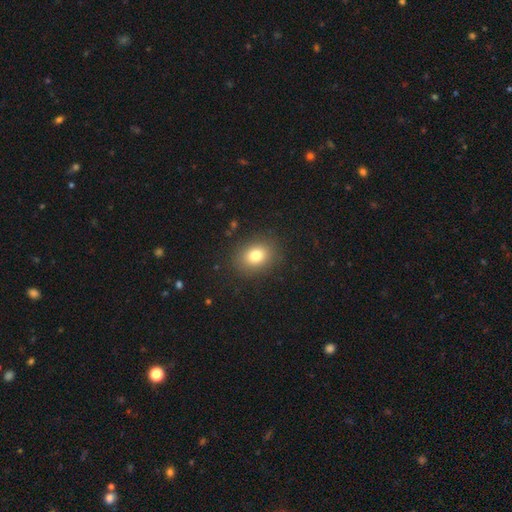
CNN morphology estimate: The model was most divided on "how rounded": round: 53%, in between: 46%, cigar-shaped: 1%. More confident: merging — none (88%); smooth or featured — smooth (79%).